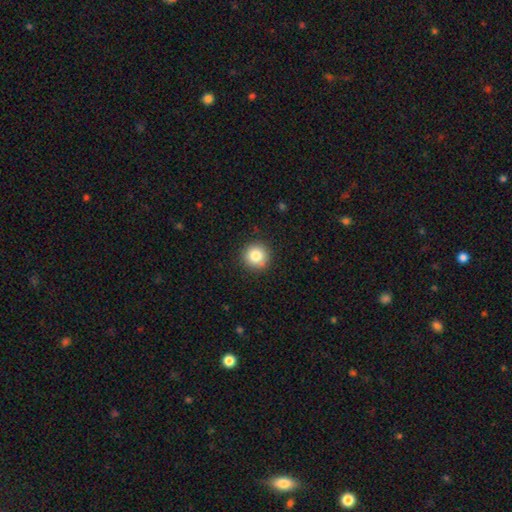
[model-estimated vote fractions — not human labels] smooth-or-featured: smooth: 83% | star or artifact: 10% | featured or disk: 7%
  how-rounded: round: 94% | in between: 5% | cigar-shaped: 1%
  merging: none: 90% | minor disturbance: 7% | major disturbance: 2% | merger: 1%